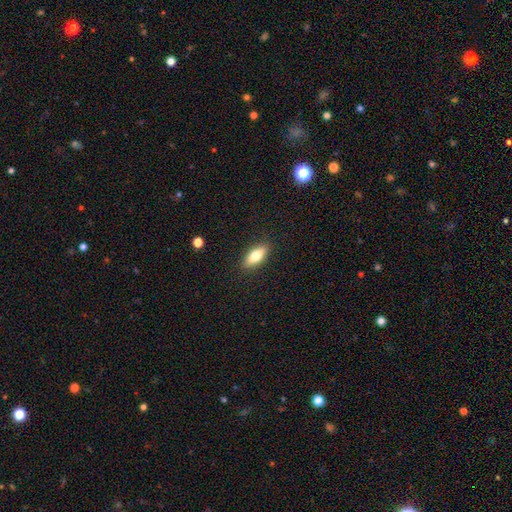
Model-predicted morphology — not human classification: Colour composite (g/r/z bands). It shows a smooth galaxy with no disk features (66%) that is in between round and cigar-shaped (67%). Merging: none (89%).